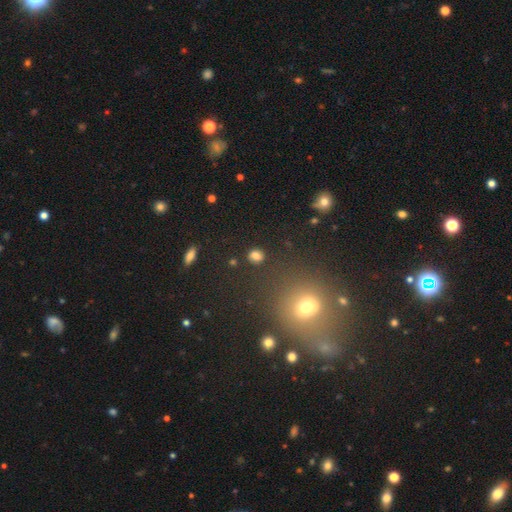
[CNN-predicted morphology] The model was most divided on "how rounded": round: 67%, in between: 32%, cigar-shaped: 1%. More confident: merging — none (85%); smooth or featured — smooth (80%).